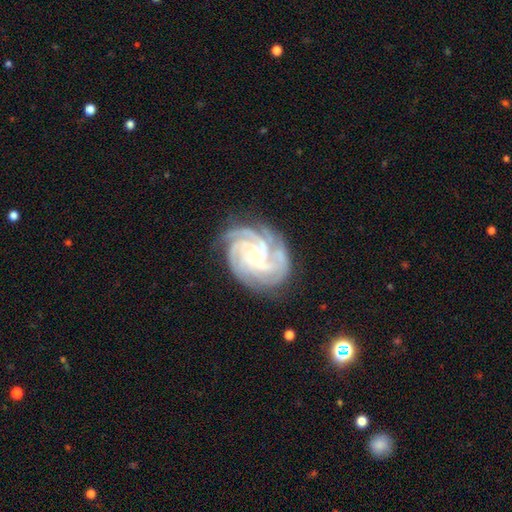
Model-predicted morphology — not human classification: Smooth or featured? featured or disk (91%)
Edge-on disk? no (98%)
Bar? no (65%)
Spiral arms? yes (99%)
Spiral winding? tight (74%)
Spiral arm count? 4 (45%)
Bulge size? small (72%)
Merging? none (77%)